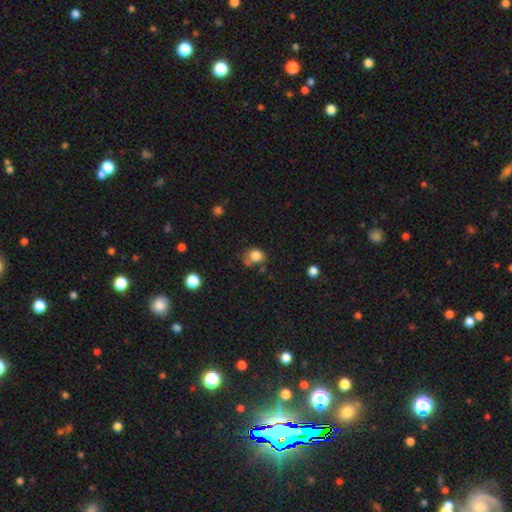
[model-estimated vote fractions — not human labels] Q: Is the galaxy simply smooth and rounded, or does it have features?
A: smooth — 81%.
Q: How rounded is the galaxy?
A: round — 66%.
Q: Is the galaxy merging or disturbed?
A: none — 54%.